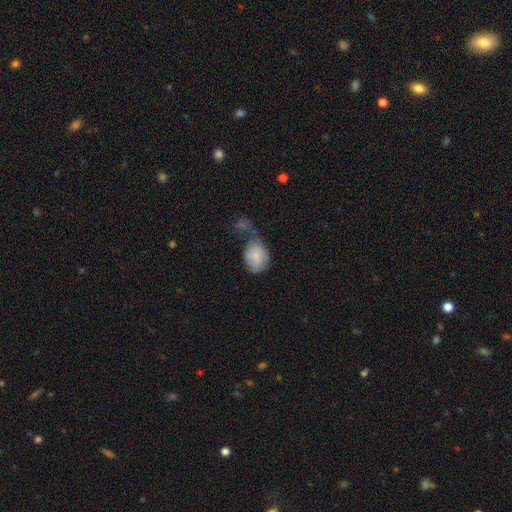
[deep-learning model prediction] Smooth or featured? smooth (80%)
How rounded? in between (65%)
Merging? none (30%)